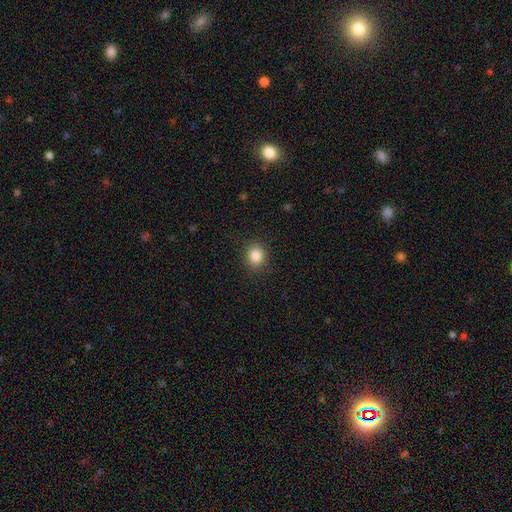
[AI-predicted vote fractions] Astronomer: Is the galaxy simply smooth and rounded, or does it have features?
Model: smooth — 85%.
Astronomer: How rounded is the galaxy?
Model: round — 78%.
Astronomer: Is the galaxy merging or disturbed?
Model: none — 89%.